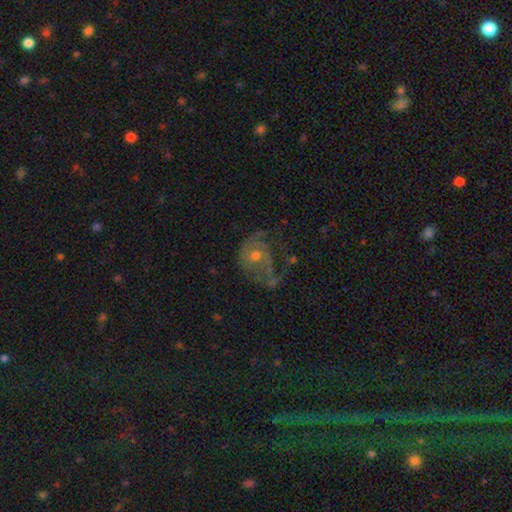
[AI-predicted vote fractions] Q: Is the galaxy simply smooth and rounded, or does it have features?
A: featured or disk — 71%.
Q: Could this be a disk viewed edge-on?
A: no — 97%.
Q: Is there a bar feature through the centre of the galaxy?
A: no — 80%.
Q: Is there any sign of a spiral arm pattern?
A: yes — 77%.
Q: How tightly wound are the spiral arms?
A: medium — 39%.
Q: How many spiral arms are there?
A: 2 — 32%.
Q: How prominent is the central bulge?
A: moderate — 64%.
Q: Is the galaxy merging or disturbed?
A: major disturbance — 37%.